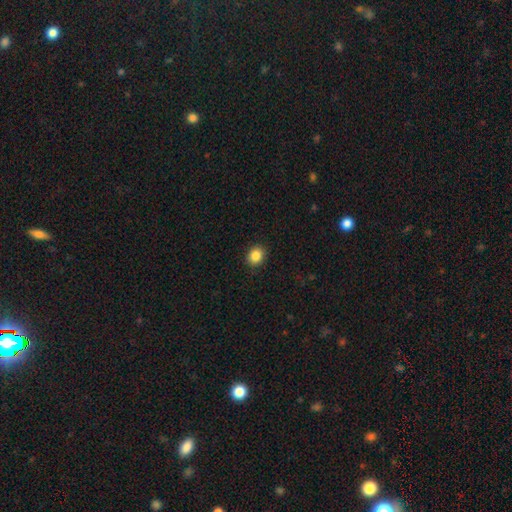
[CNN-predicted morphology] A smooth galaxy with no disk features (86%) that is round (63%). Merging: none (91%).